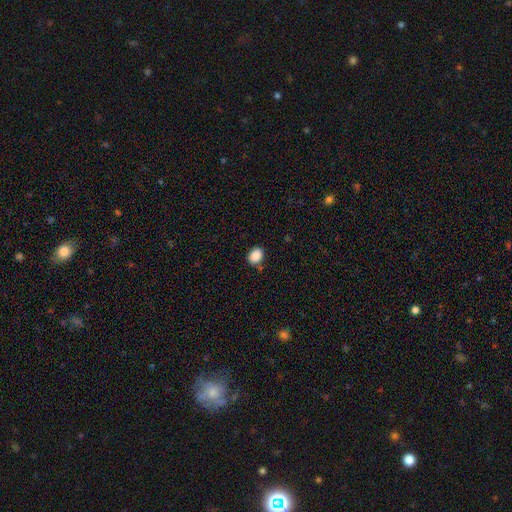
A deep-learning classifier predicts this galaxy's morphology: Smooth or featured? smooth (87%)
How rounded? in between (57%)
Merging? none (75%)